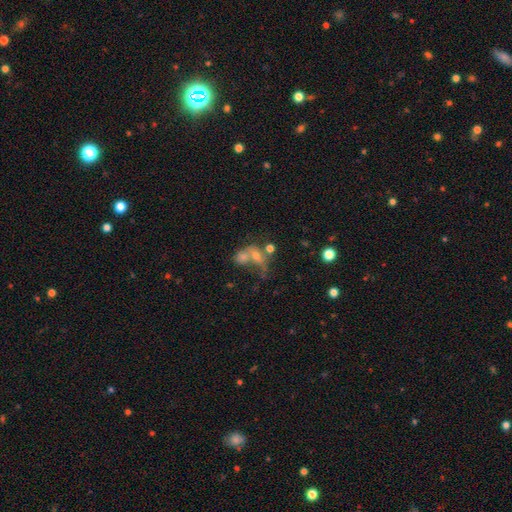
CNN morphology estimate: This is marginally a smooth galaxy (43%). Merging: possibly merger (56%).